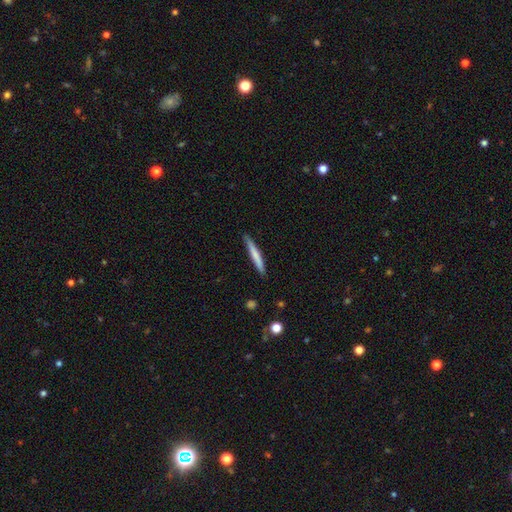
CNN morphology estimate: Overall: smooth (67%; featured or disk 28%). How rounded: cigar-shaped (96%). Merging: none (88%).